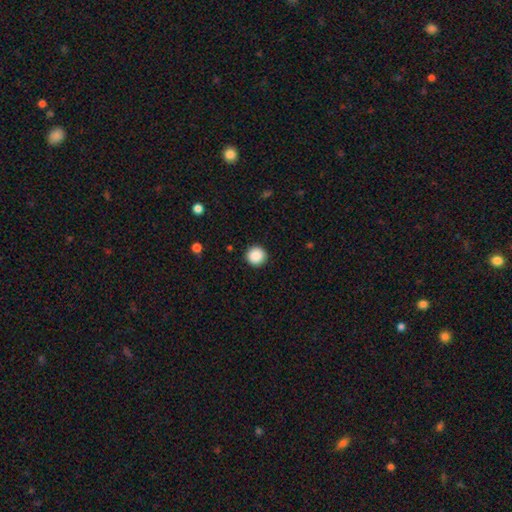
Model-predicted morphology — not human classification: Smooth or featured?
  - smooth: 89% *
  - star or artifact: 9%
  - featured or disk: 3%
How rounded?
  - round: 96% *
  - in between: 3%
  - cigar-shaped: 1%
Merging?
  - none: 93% *
  - minor disturbance: 5%
  - major disturbance: 2%
  - merger: 1%